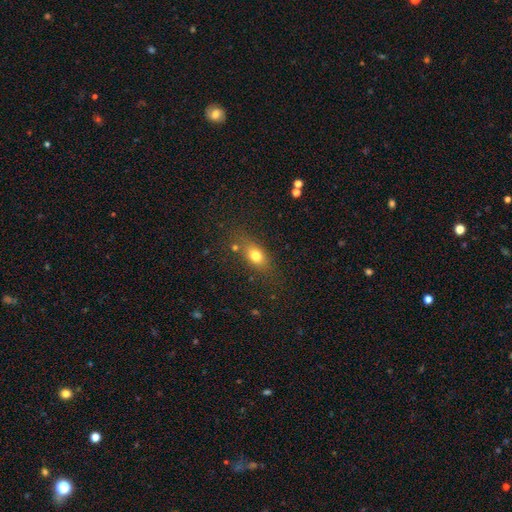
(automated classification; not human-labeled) This is likely a smooth galaxy (75%). How rounded: likely in between (72%). Merging: likely none (70%).